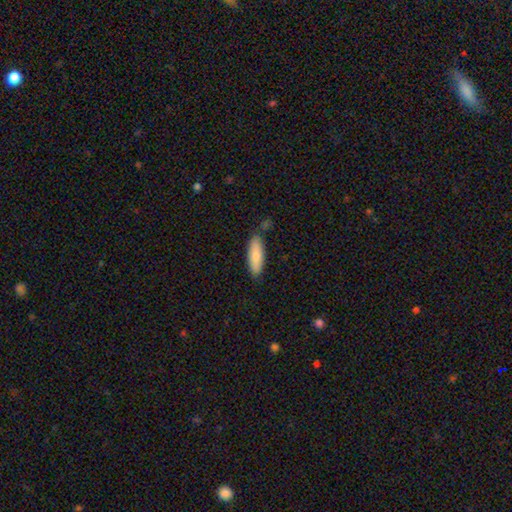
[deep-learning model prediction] The model was most divided on "how rounded": in between: 51%, cigar-shaped: 47%, round: 2%. More confident: smooth or featured — smooth (83%); merging — none (79%).